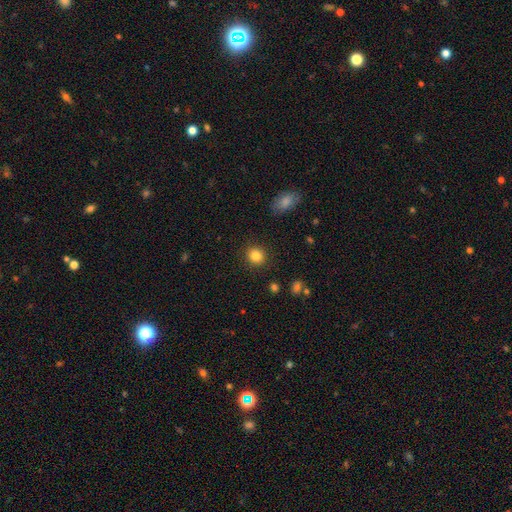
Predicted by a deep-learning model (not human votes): Smooth or featured: smooth — 85% (star or artifact — 10%)
How rounded: round — 87% (in between — 12%)
Merging: none — 90% (minor disturbance — 6%)